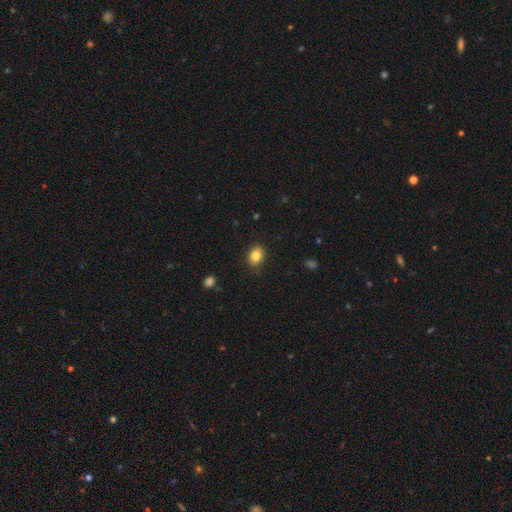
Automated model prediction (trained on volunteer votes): A smooth galaxy with no disk features (84%) that is in between round and cigar-shaped (63%). Merging: none (85%).